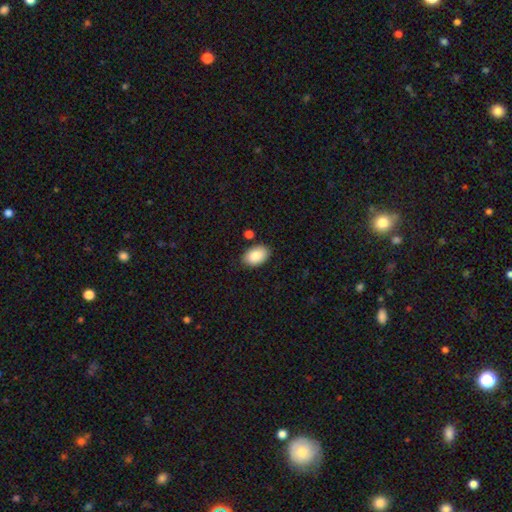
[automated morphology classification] smooth 88%, star or artifact 6%, featured or disk 6%. Down the decision tree: how rounded — in between (91%); merging — none (82%).